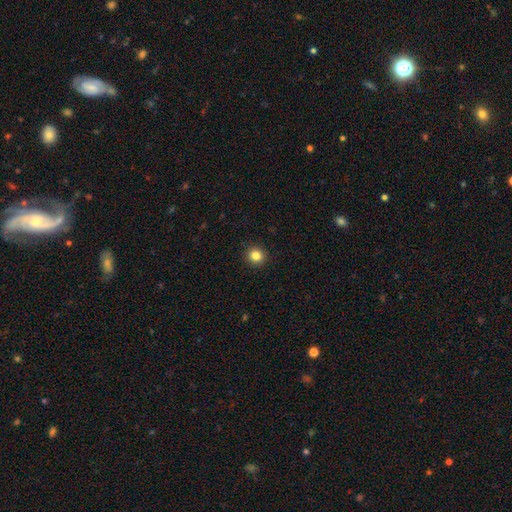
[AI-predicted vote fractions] A smooth galaxy with no disk features (83%) that is round (91%). Merging: none (93%).